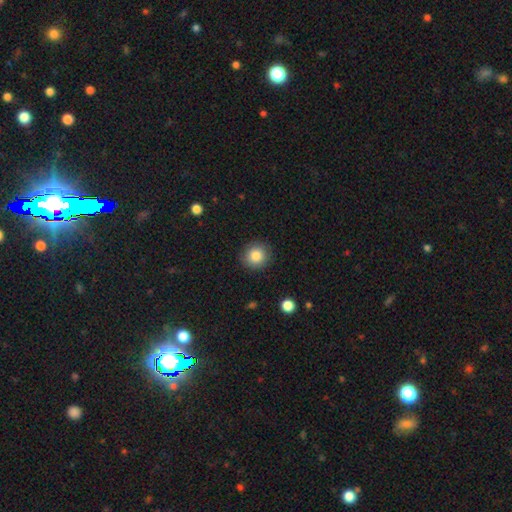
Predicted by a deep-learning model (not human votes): Smooth or featured: smooth — 85% (star or artifact — 9%)
How rounded: round — 89% (in between — 10%)
Merging: none — 90% (minor disturbance — 7%)